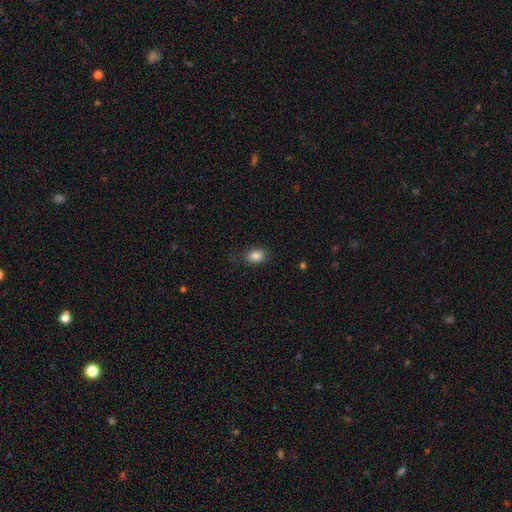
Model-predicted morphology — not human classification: A smooth galaxy with no disk features (85%) that is in between round and cigar-shaped (68%). Merging: none (83%).